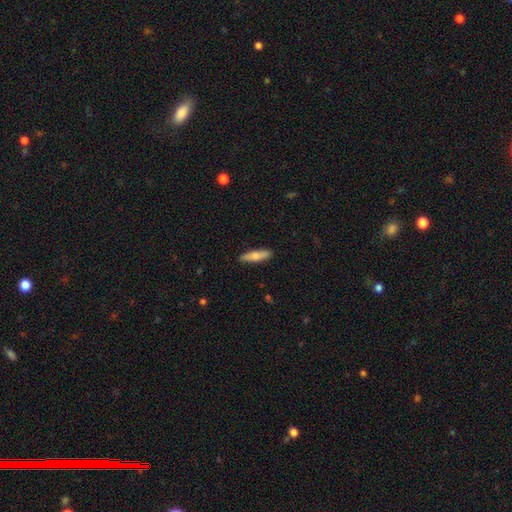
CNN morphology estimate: This is likely a smooth galaxy (71%). How rounded: likely cigar-shaped (71%). Merging: clearly none (88%).